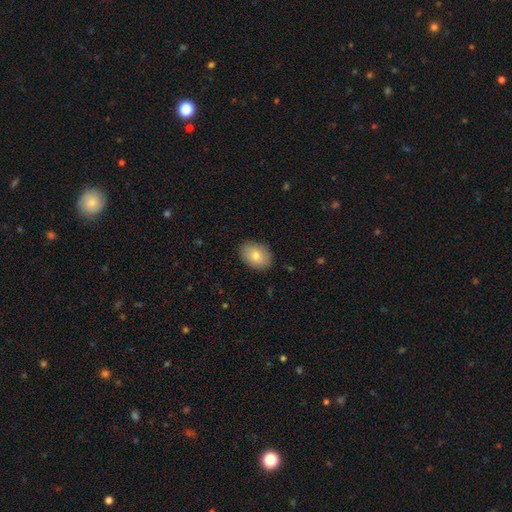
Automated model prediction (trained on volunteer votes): Smooth or featured? Predicted: smooth (p=0.80). How rounded? Predicted: in between (p=0.78). Merging? Predicted: none (p=0.87).